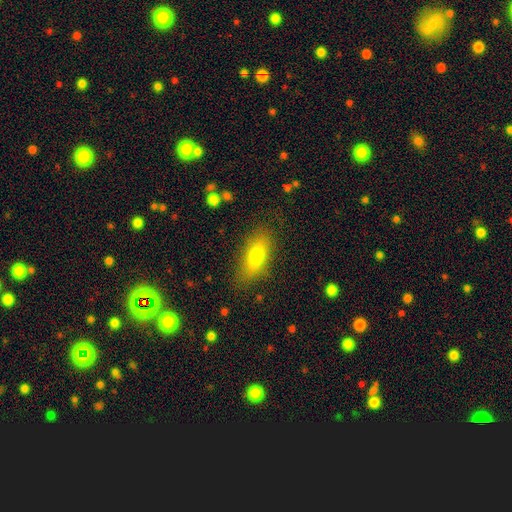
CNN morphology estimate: A smooth galaxy with no disk features (75%) that is in between round and cigar-shaped (75%).

Vote fractions:
- Smooth or featured? smooth: 75% / featured or disk: 17% / star or artifact: 8%
- How rounded? in between: 75% / cigar-shaped: 21% / round: 4%
- Merging? none: 82% / minor disturbance: 13% / major disturbance: 4% / merger: 1%